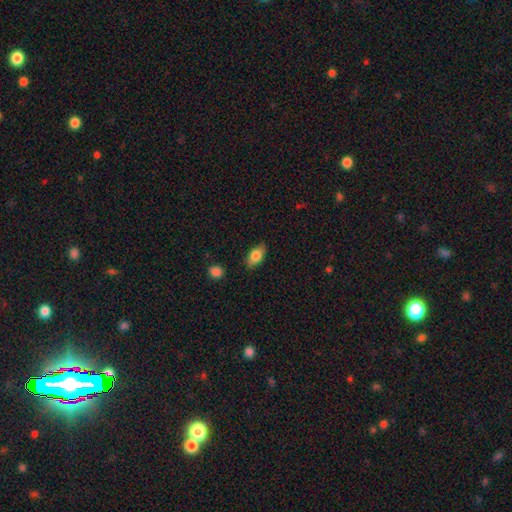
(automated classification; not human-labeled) Smooth or featured: smooth — 79% (featured or disk — 14%)
How rounded: in between — 87% (round — 7%)
Merging: none — 84% (minor disturbance — 12%)